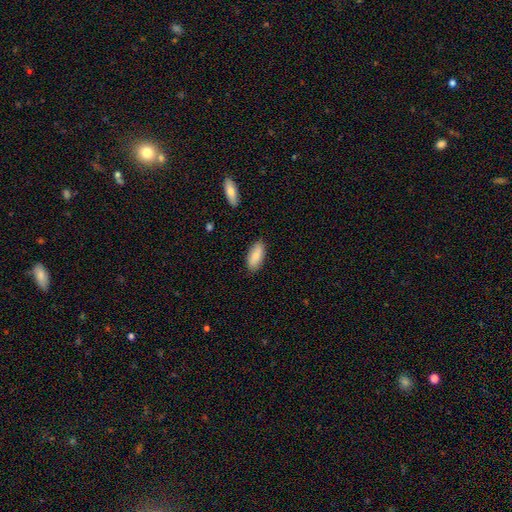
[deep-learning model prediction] Smooth or featured: smooth — 82% (featured or disk — 12%)
How rounded: in between — 87% (cigar-shaped — 11%)
Merging: none — 85% (minor disturbance — 12%)